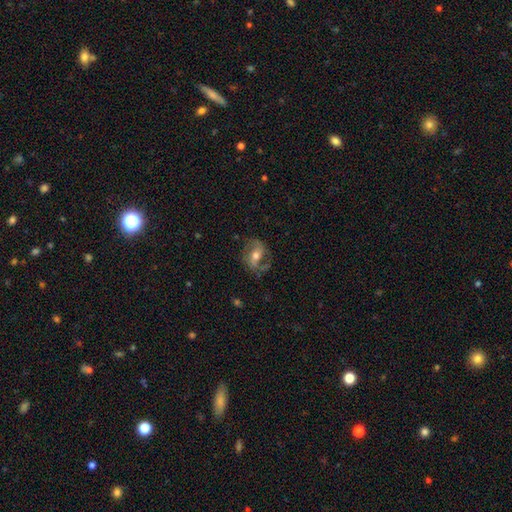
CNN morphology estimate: smooth-or-featured: featured or disk: 70% | smooth: 22% | star or artifact: 8%
  disk-edge-on: no: 96% | yes: 4%
    bar: weak: 39% | no: 33% | strong: 28%
    has-spiral-arms: yes: 87% | no: 13%
      spiral-winding: medium: 46% | loose: 37% | tight: 17%
      spiral-arm-count: 2: 82% | 1: 8% | can't tell: 6% | 3: 1% | 4: 1% | more than 4: 1%
    bulge-size: moderate: 69% | small: 22% | large: 6% | none: 1% | dominant: 1%
  merging: none: 66% | minor disturbance: 19% | major disturbance: 12% | merger: 2%